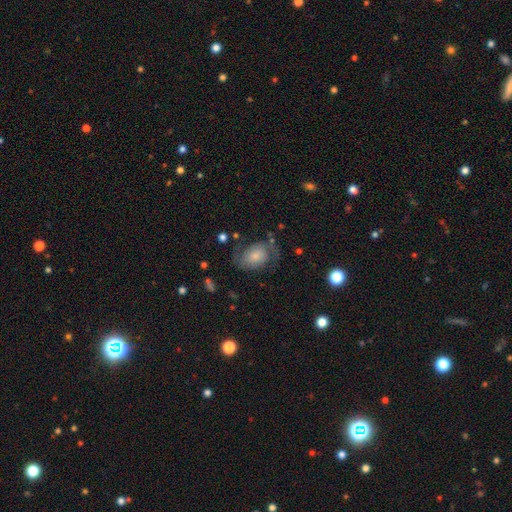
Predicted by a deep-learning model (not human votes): Smooth or featured? Predicted: featured or disk (p=0.57). Edge-on disk? Predicted: no (p=0.97). Bar? Predicted: no (p=0.68). Spiral arms? Predicted: yes (p=0.86). Bulge size? Predicted: small (p=0.47). Merging? Predicted: none (p=0.59).